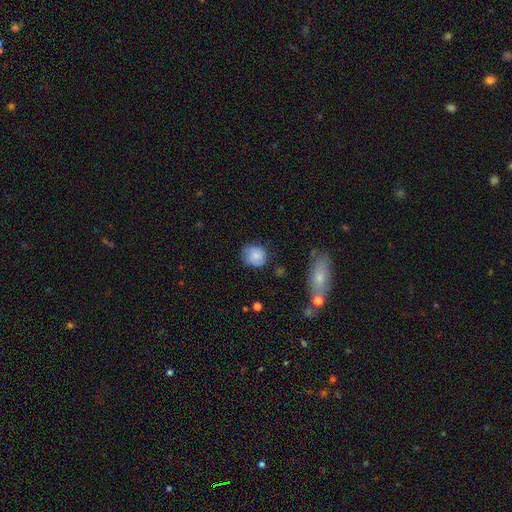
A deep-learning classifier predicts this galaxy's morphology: Overall: smooth (77%). How rounded: round (72%). Merging: none (69%).